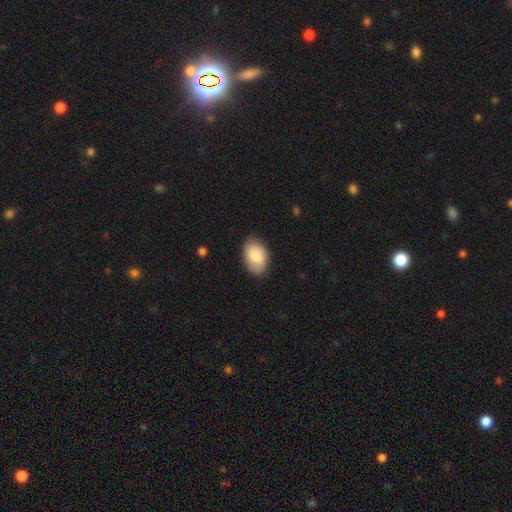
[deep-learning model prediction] Smooth or featured? smooth (82%)
How rounded? in between (89%)
Merging? none (81%)